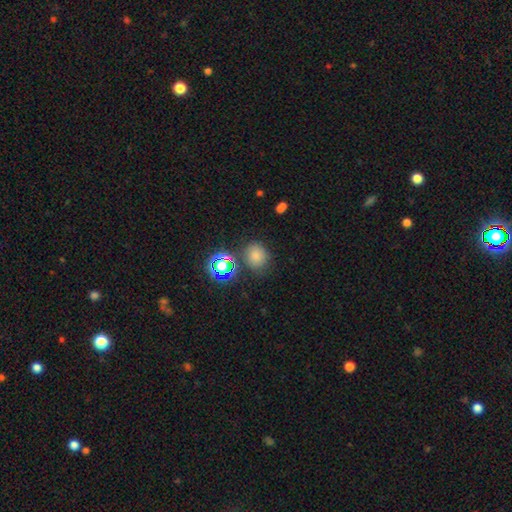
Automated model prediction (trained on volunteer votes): Overall: smooth (72%). How rounded: round (70%). Merging: none (75%).